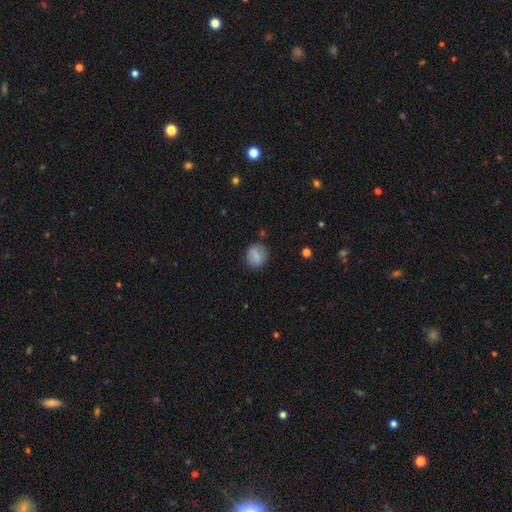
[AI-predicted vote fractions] The model was most divided on "how rounded": round: 74%, in between: 25%, cigar-shaped: 1%. More confident: merging — none (81%); smooth or featured — smooth (73%).